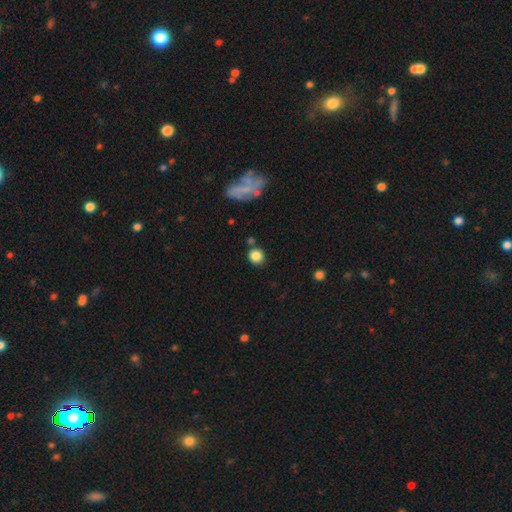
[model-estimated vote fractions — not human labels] A smooth galaxy with no disk features (84%) that is round (86%). Merging: none (77%).